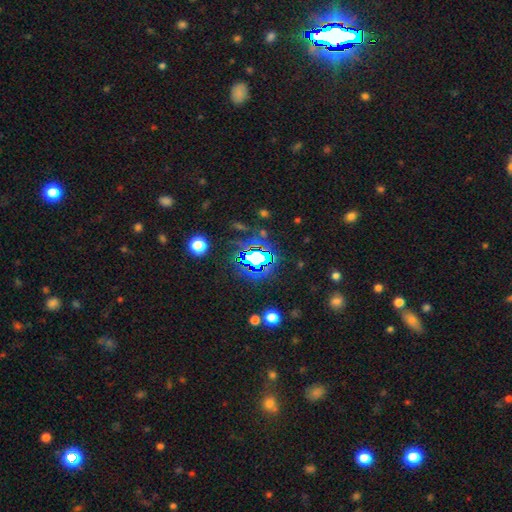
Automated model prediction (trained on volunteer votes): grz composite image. It shows a star or artifact, not a galaxy (70%).